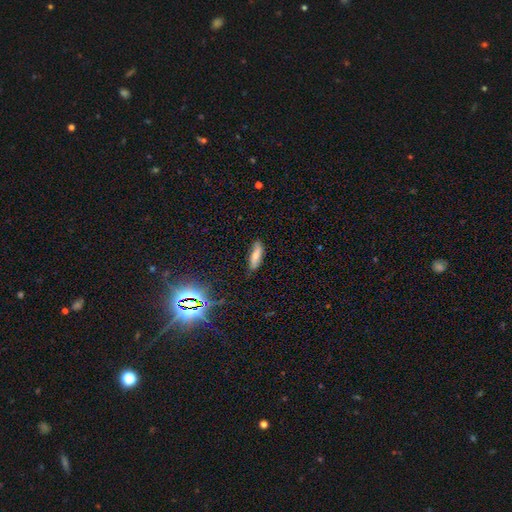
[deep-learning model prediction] Q: Smooth or featured?
A: smooth (68%); runner-up: featured or disk (21%)
Q: How rounded?
A: in between (50%); runner-up: cigar-shaped (48%)
Q: Merging?
A: none (81%); runner-up: minor disturbance (15%)